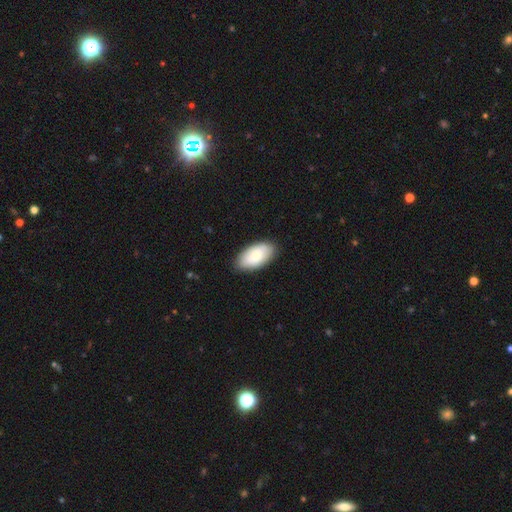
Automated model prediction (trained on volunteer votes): A smooth galaxy with no disk features (78%) that is in between round and cigar-shaped (95%).

Vote fractions:
- Smooth or featured? smooth: 78% / featured or disk: 16% / star or artifact: 6%
- How rounded? in between: 95% / round: 3% / cigar-shaped: 2%
- Merging? none: 86% / minor disturbance: 11% / major disturbance: 2% / merger: 1%